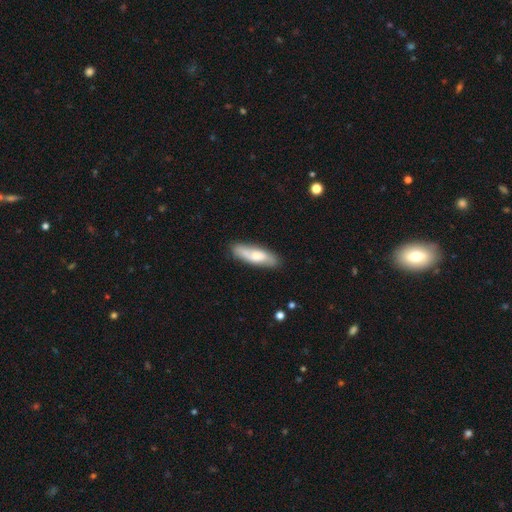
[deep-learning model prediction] A smooth galaxy with no disk features (60%) that is cigar-shaped (50%). Merging: none (80%).